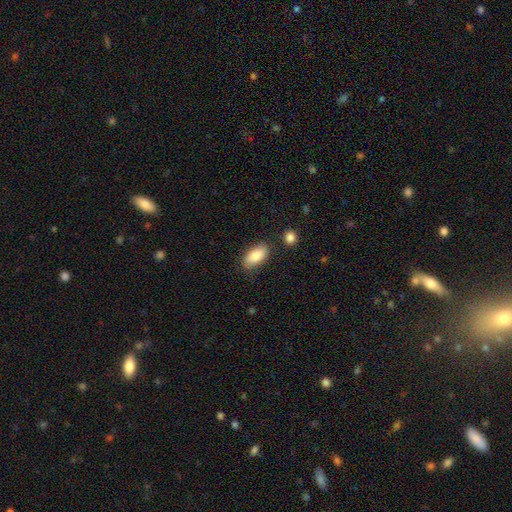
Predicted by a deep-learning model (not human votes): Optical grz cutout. It shows a smooth galaxy with no disk features (85%) that is in between round and cigar-shaped (91%). Merging: none (78%).